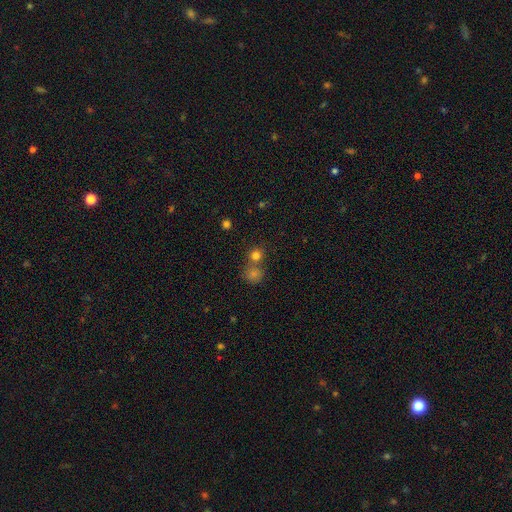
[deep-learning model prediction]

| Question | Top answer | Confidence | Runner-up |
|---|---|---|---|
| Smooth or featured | smooth | 77% | star or artifact (16%) |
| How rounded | round | 87% | in between (12%) |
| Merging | none | 55% | merger (35%) |